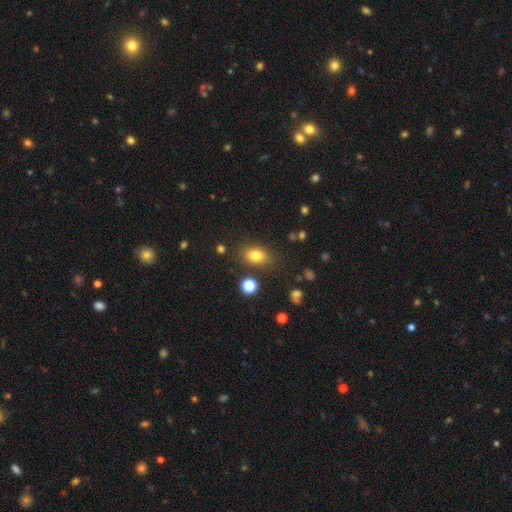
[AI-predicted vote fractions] smooth_or_featured: smooth (p=0.80) [alt: star or artifact p=0.12]
how_rounded: in between (p=0.80) [alt: round p=0.18]
merging: none (p=0.80) [alt: minor disturbance p=0.12]